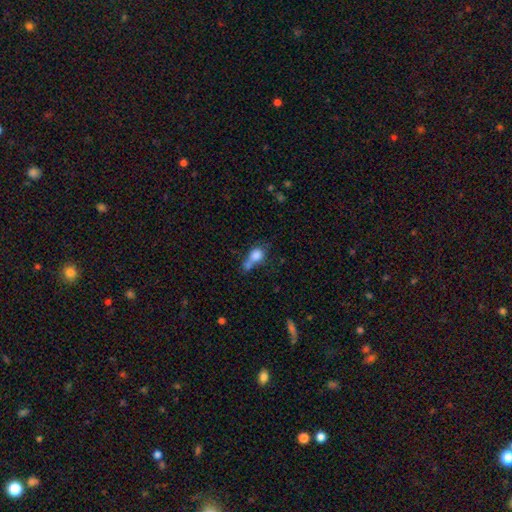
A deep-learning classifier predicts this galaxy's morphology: Overall: smooth (78%). How rounded: round (55%; in between 42%). Merging: merger (53%; none 26%).